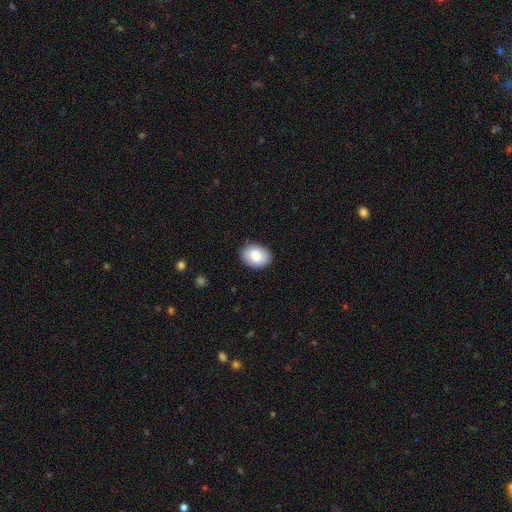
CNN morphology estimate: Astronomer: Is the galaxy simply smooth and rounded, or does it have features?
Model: smooth — 83%.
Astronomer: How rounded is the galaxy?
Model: in between — 76%.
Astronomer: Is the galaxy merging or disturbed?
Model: none — 88%.